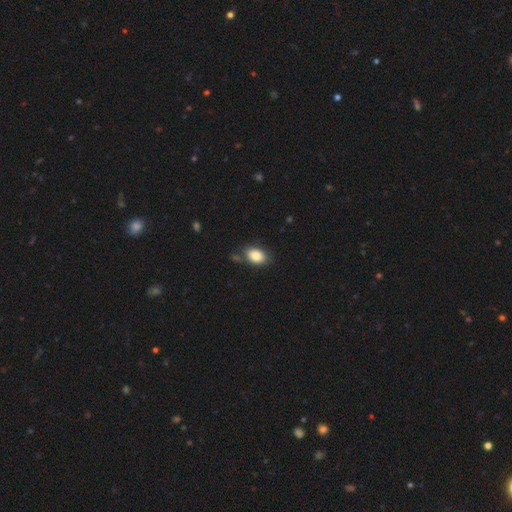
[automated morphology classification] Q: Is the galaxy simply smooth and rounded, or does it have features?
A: smooth — 86%.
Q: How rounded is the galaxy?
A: in between — 89%.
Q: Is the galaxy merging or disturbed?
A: none — 73%.